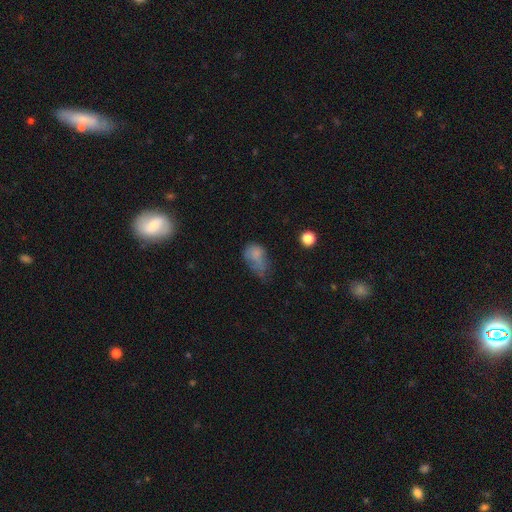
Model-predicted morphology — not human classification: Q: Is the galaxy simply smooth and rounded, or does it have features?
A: smooth — 69%.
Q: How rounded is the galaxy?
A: in between — 81%.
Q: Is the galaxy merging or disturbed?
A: major disturbance — 38%.